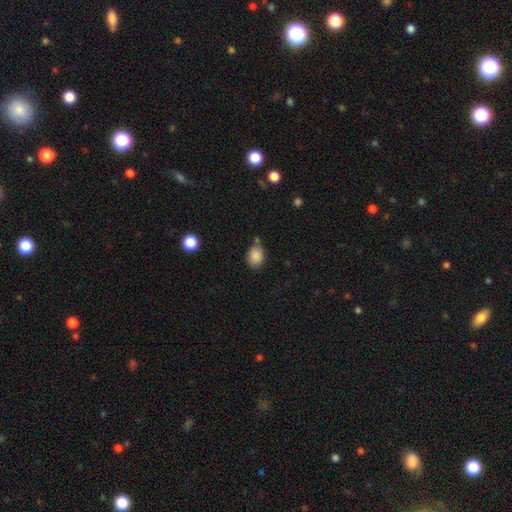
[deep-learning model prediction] smooth-or-featured: smooth: 86% | star or artifact: 9% | featured or disk: 4%
  how-rounded: in between: 53% | round: 46% | cigar-shaped: 1%
  merging: none: 61% | minor disturbance: 23% | merger: 10% | major disturbance: 5%